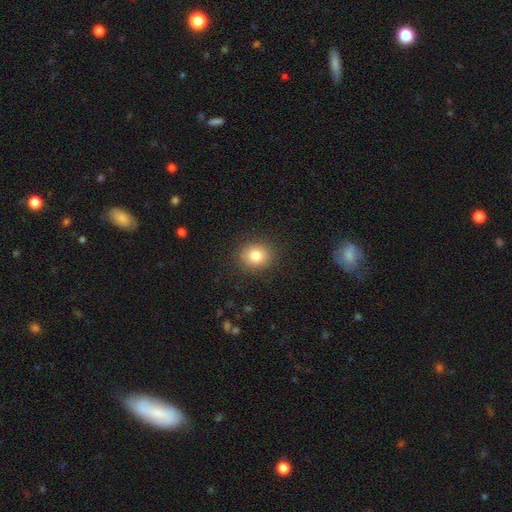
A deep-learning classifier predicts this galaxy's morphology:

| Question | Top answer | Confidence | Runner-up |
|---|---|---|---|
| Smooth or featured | smooth | 80% | star or artifact (11%) |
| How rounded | round | 78% | in between (22%) |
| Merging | none | 89% | minor disturbance (7%) |